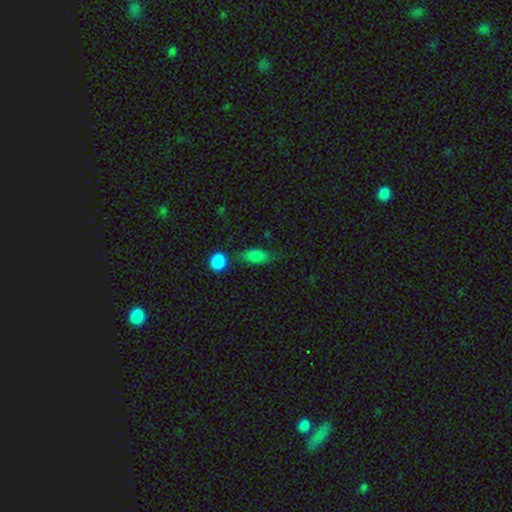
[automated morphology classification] A smooth galaxy with no disk features (82%) that is in between round and cigar-shaped (82%). Merging: none (62%).